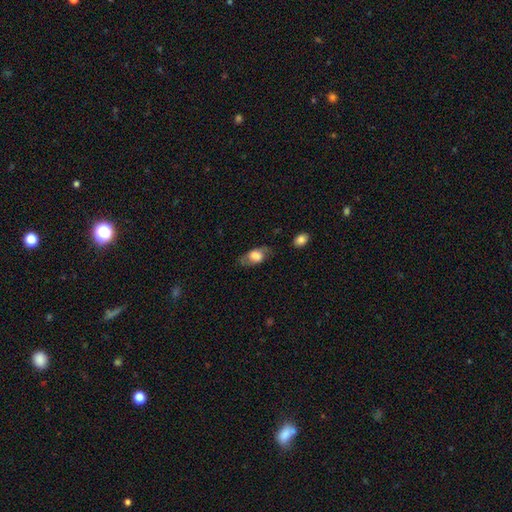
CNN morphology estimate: The model was most divided on "smooth or featured": smooth: 59%, featured or disk: 34%, star or artifact: 8%. More confident: how rounded — in between (86%); merging — none (66%).